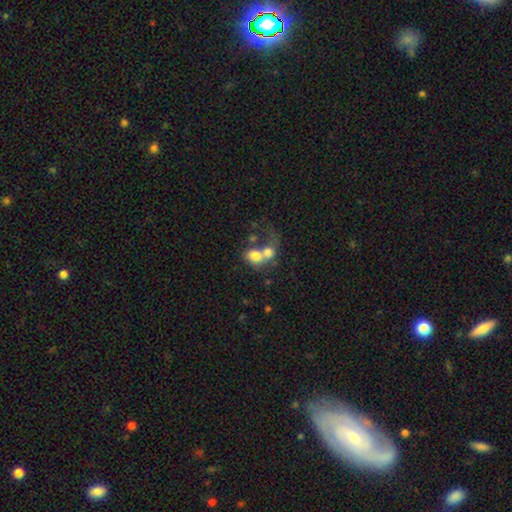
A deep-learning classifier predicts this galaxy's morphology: This is likely a smooth galaxy (70%). How rounded: possibly in between (51%). Merging: likely merger (74%).